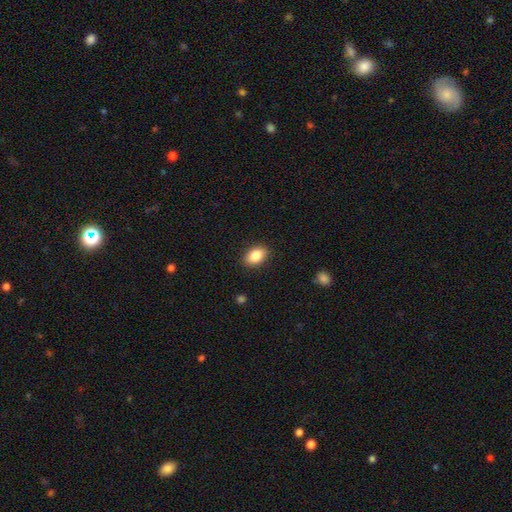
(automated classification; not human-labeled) Smooth or featured: smooth — 86% (star or artifact — 8%)
How rounded: in between — 84% (round — 14%)
Merging: none — 88% (minor disturbance — 8%)